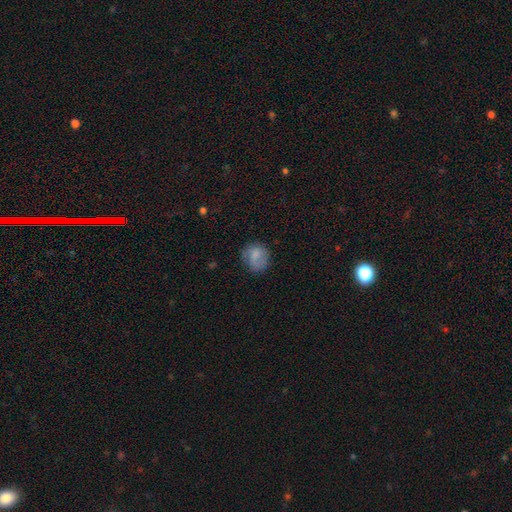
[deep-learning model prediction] smooth-or-featured: smooth: 73% | featured or disk: 19% | star or artifact: 8%
  how-rounded: round: 75% | in between: 24% | cigar-shaped: 1%
  merging: none: 65% | minor disturbance: 23% | major disturbance: 10% | merger: 2%